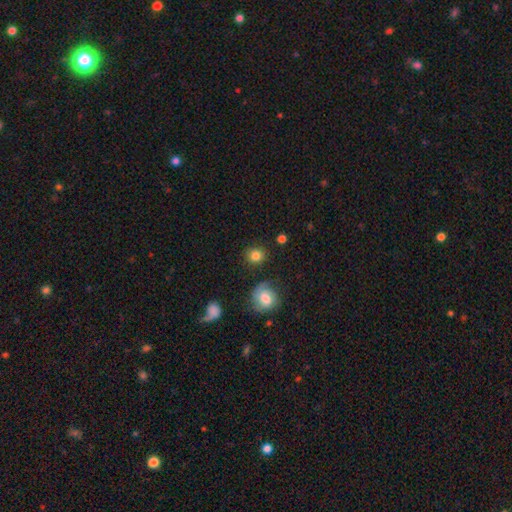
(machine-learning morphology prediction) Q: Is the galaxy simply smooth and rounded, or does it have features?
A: smooth — 82%.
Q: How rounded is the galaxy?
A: round — 86%.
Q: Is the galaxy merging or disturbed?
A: none — 84%.